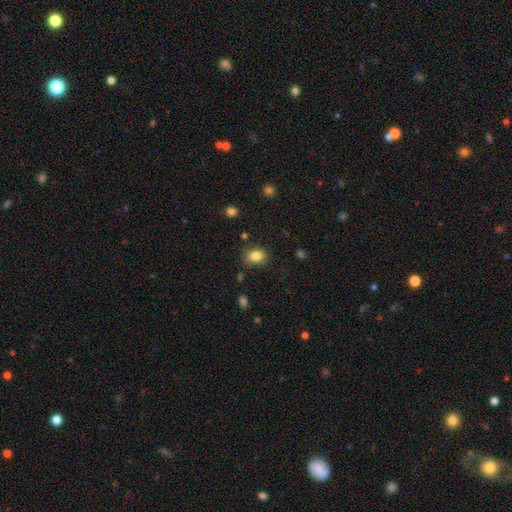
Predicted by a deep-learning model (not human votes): smooth 83%, star or artifact 10%, featured or disk 7%. Down the decision tree: how rounded — in between (64%); merging — none (81%).